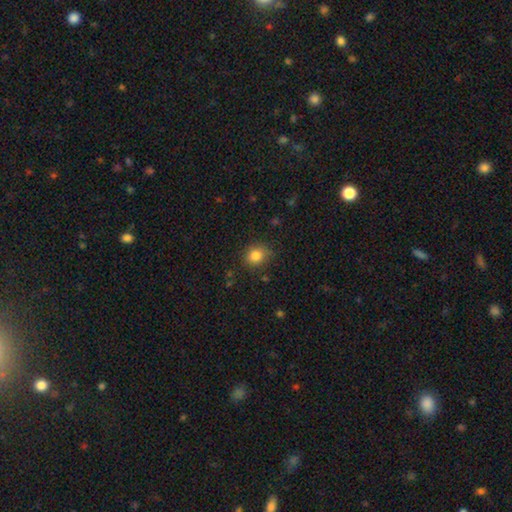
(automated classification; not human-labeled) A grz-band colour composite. It shows a smooth galaxy with no disk features (83%) that is round (77%). Merging: none (81%).